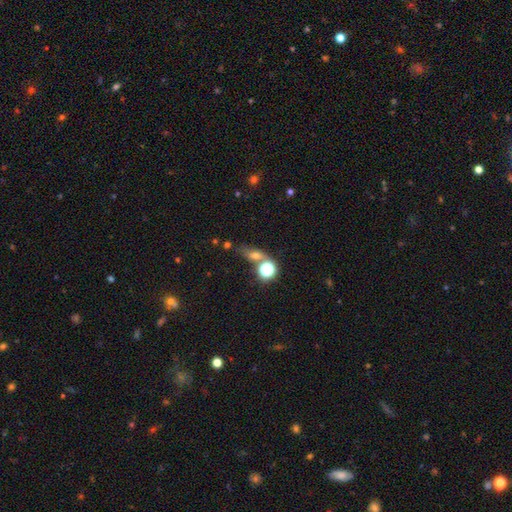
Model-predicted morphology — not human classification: Overall: smooth (51%; star or artifact 32%). How rounded: in between (50%; round 34%). Merging: none (56%; merger 20%).